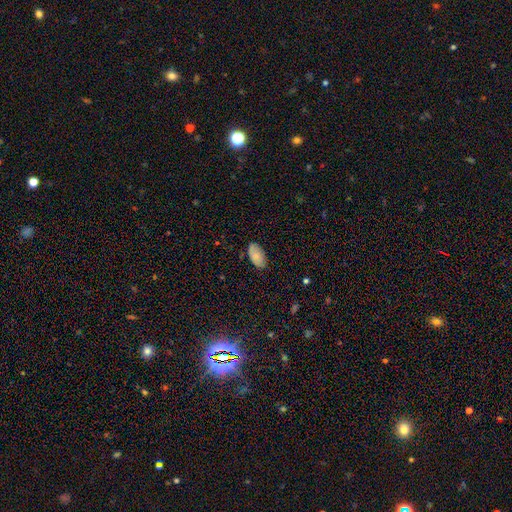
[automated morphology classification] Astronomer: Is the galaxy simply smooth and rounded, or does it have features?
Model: smooth — 83%.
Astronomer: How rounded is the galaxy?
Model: in between — 95%.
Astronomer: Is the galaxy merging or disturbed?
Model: none — 82%.